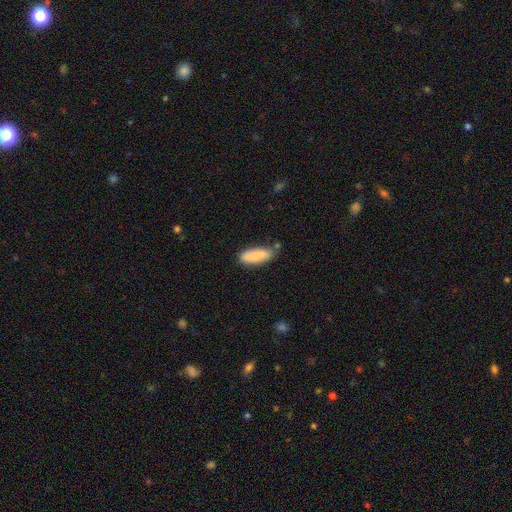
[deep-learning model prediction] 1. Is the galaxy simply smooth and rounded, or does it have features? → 82% smooth, 12% featured or disk, 6% star or artifact.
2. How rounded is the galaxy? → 62% in between, 36% cigar-shaped, 2% round.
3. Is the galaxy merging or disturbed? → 65% none, 24% minor disturbance, 6% merger, 4% major disturbance.